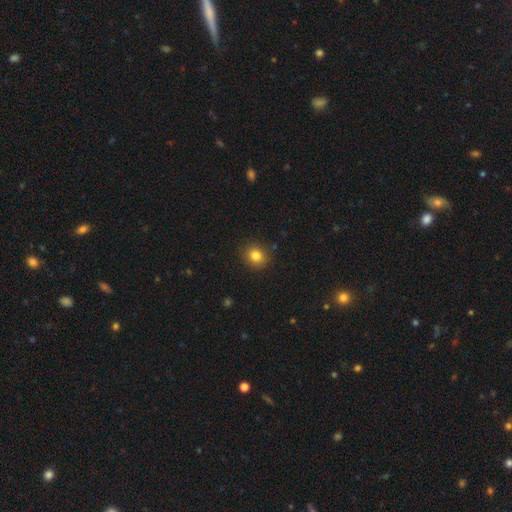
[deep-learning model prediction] This appears to be a smooth galaxy with no disk features (82%) that is round (81%). Merging: none (90%).